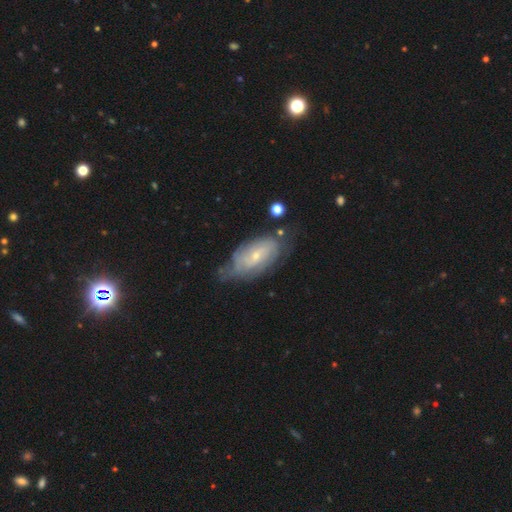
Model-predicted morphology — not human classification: Smooth or featured?
  - featured or disk: 71% *
  - smooth: 22%
  - star or artifact: 7%
Edge-on disk?
  - no: 92% *
  - yes: 8%
Bar?
  - no: 60% *
  - weak: 33%
  - strong: 7%
Spiral arms?
  - yes: 84% *
  - no: 16%
Spiral winding?
  - tight: 62% *
  - medium: 28%
  - loose: 10%
Spiral arm count?
  - can't tell: 55% *
  - 2: 24%
  - 3: 9%
  - 4: 6%
  - 1: 4%
  - more than 4: 3%
Bulge size?
  - small: 72% *
  - moderate: 23%
  - none: 2%
  - large: 1%
  - dominant: 1%
Merging?
  - none: 58% *
  - minor disturbance: 28%
  - major disturbance: 11%
  - merger: 3%